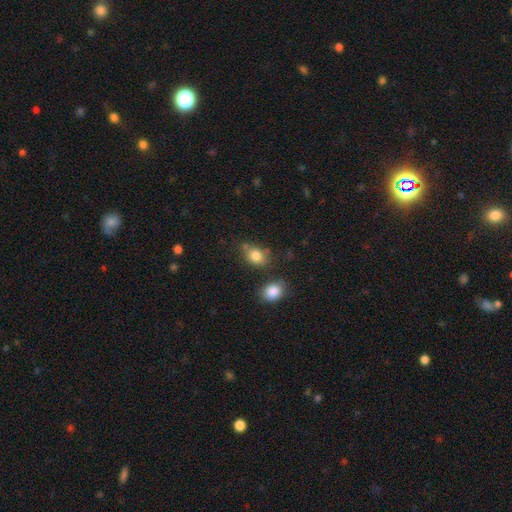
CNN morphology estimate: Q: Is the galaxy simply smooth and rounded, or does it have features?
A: smooth — 83%.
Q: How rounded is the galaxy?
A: in between — 57%.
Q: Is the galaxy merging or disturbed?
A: none — 60%.